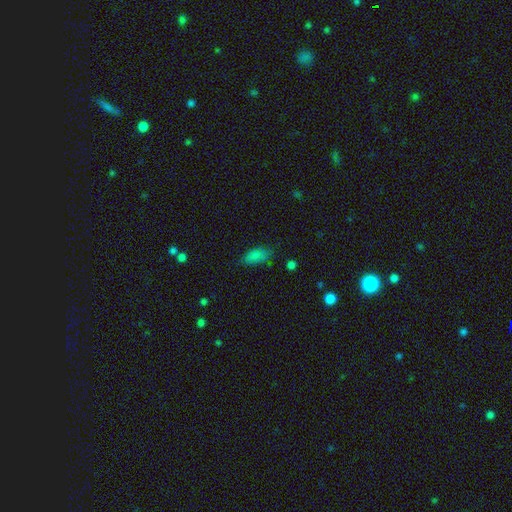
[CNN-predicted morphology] type=smooth (84%); roundness=in between (89%); merging=none (74%).